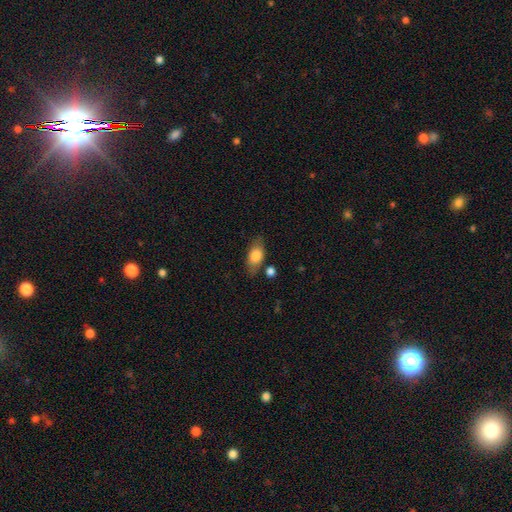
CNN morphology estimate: type=smooth (75%); roundness=in between (84%); merging=none (72%).